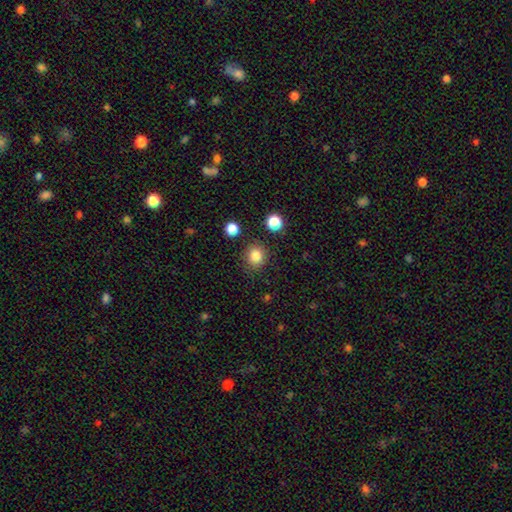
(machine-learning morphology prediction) This appears to be a smooth galaxy with no disk features (84%) that is round (86%). Merging: none (85%).